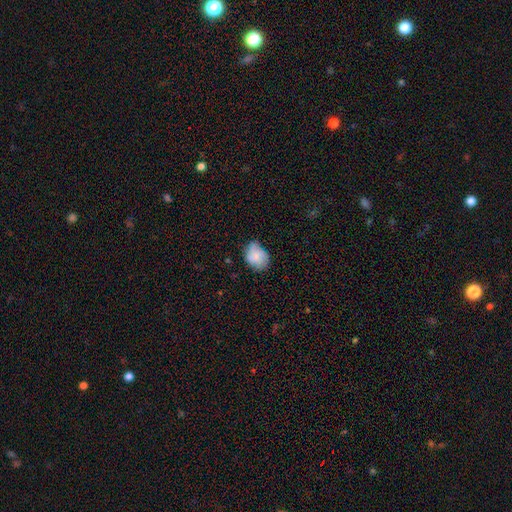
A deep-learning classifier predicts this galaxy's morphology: A smooth galaxy with no disk features (75%) that is in between round and cigar-shaped (57%).

Vote fractions:
- Smooth or featured? smooth: 75% / featured or disk: 17% / star or artifact: 8%
- How rounded? in between: 57% / round: 42% / cigar-shaped: 1%
- Merging? none: 50% / minor disturbance: 38% / major disturbance: 10% / merger: 2%